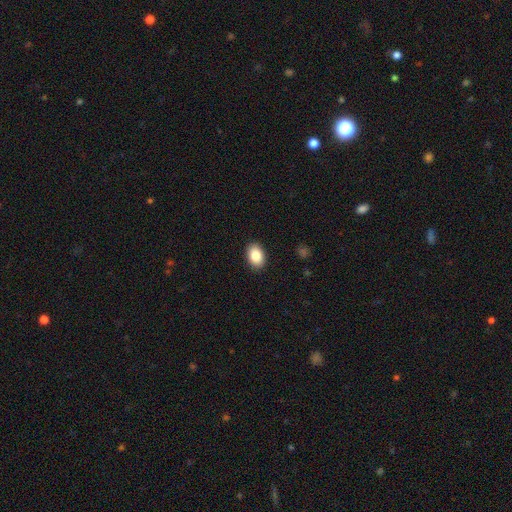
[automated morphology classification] Overall: smooth (86%). How rounded: in between (86%). Merging: none (90%).